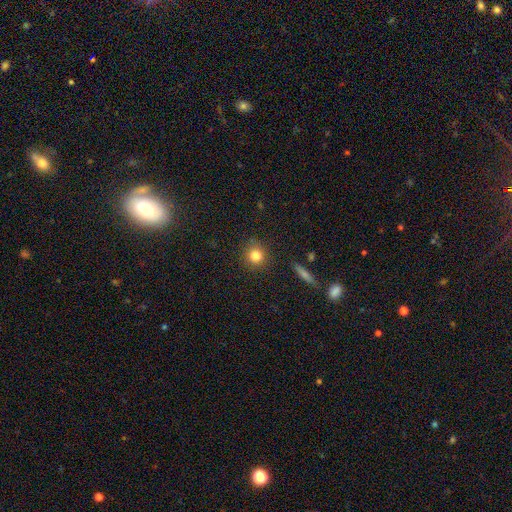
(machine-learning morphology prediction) smooth-or-featured: smooth: 82% | star or artifact: 11% | featured or disk: 7%
  how-rounded: round: 91% | in between: 8% | cigar-shaped: 1%
  merging: none: 88% | minor disturbance: 8% | major disturbance: 2% | merger: 1%